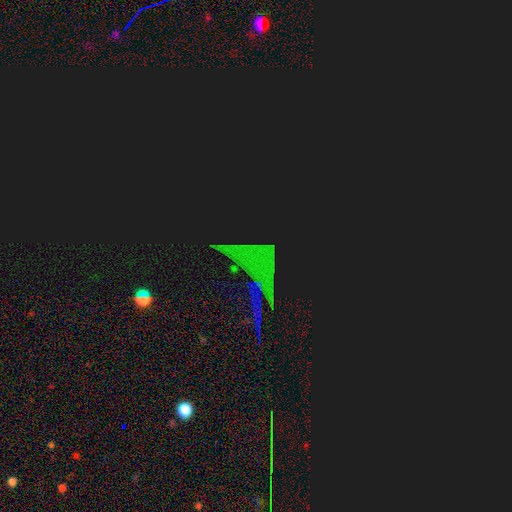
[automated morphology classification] smooth-or-featured: star or artifact: 80% | smooth: 11% | featured or disk: 9%